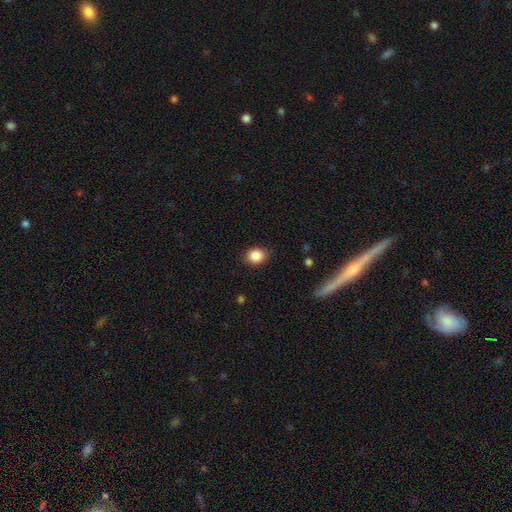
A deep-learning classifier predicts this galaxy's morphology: type=smooth (87%); roundness=round (62%); merging=none (86%).